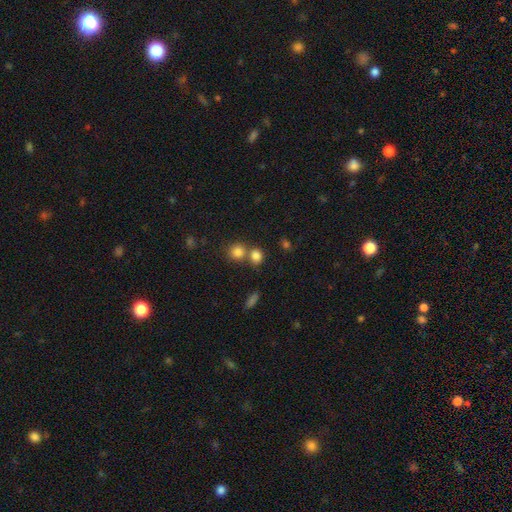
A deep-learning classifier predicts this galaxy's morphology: Smooth or featured? Predicted: smooth (p=0.81). How rounded? Predicted: round (p=0.72). Merging? Predicted: none (p=0.54).